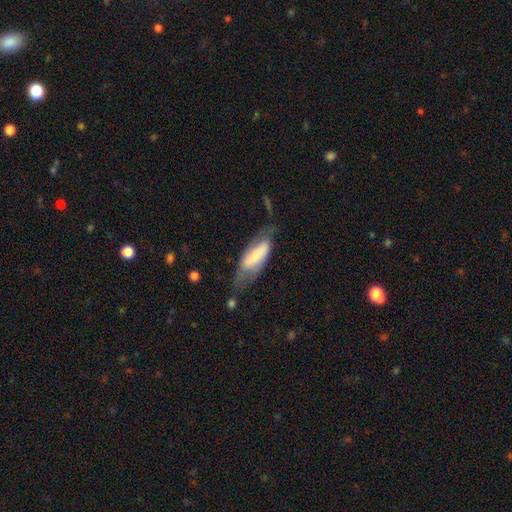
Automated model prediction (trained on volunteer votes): This appears to be a smooth galaxy with no disk features (51%) that is in between round and cigar-shaped (71%). Merging: none (43%).